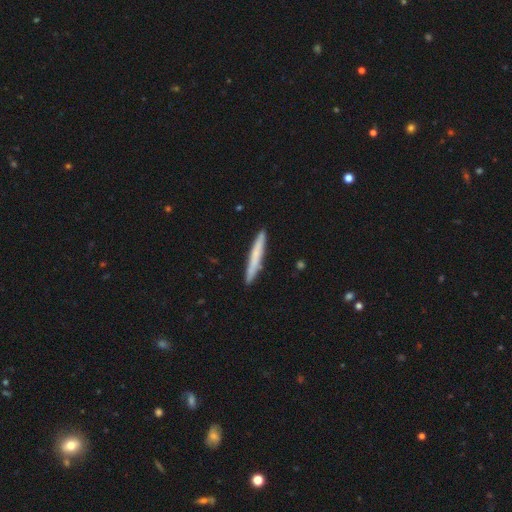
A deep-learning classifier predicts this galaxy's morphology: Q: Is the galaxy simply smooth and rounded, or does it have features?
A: smooth — 63%.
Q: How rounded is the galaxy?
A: cigar-shaped — 96%.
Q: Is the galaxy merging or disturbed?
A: none — 90%.